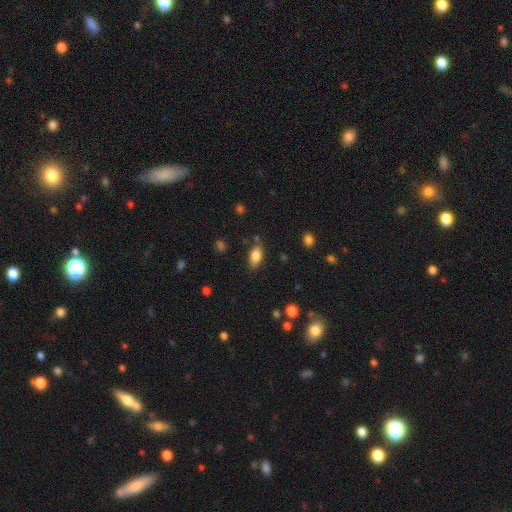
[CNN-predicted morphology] Smooth or featured? Predicted: smooth (p=0.78). How rounded? Predicted: in between (p=0.85). Merging? Predicted: none (p=0.76).